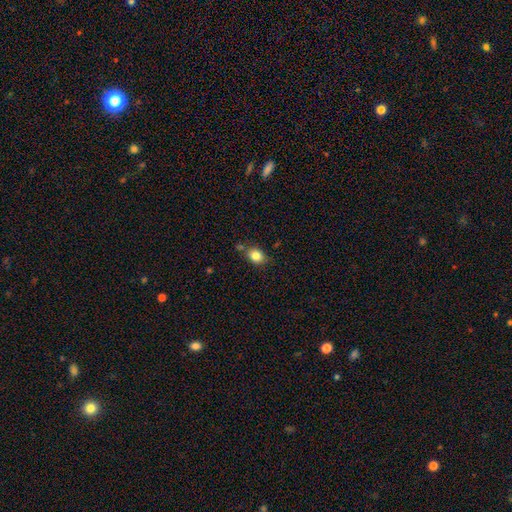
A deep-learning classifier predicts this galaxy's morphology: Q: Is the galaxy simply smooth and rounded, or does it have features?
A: smooth — 83%.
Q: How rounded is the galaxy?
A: in between — 54%.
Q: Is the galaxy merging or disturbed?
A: none — 72%.